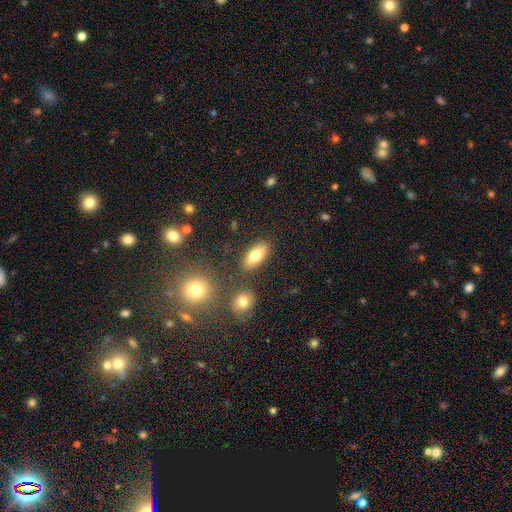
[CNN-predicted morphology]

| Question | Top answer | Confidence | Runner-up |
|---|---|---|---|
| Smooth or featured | smooth | 77% | featured or disk (14%) |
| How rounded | in between | 84% | cigar-shaped (12%) |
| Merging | none | 82% | minor disturbance (10%) |